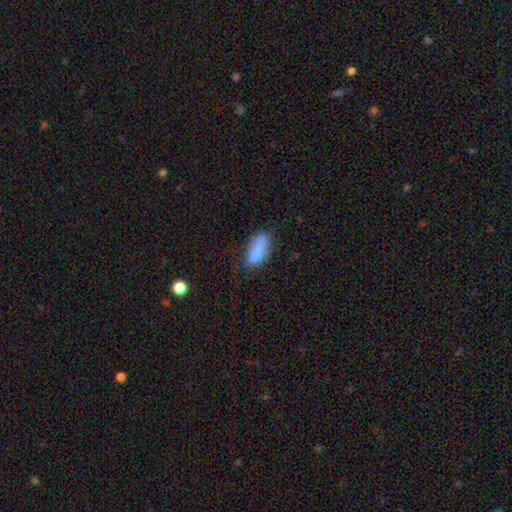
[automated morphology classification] type=smooth (78%); roundness=in between (82%); merging=none (46%).